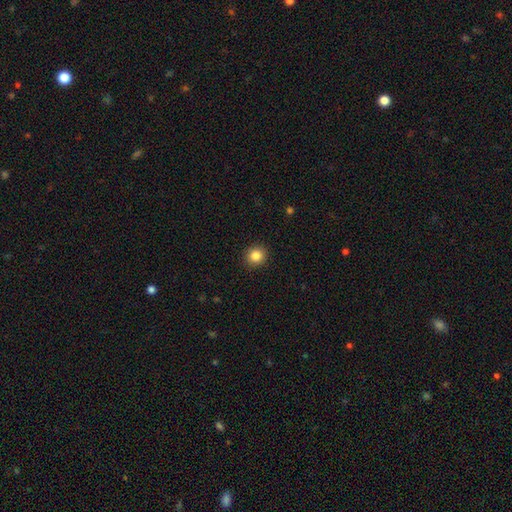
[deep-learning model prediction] A smooth galaxy with no disk features (85%) that is round (87%). Merging: none (91%).